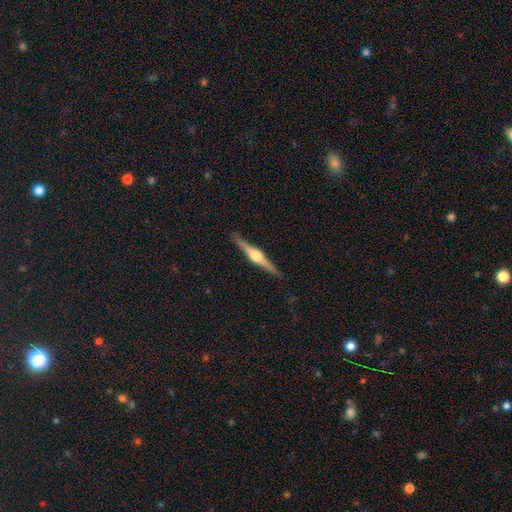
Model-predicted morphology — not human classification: A featured or disk galaxy (82%) viewed edge-on (98%) with a rounded central bulge (93%).

Vote fractions:
- Smooth or featured? featured or disk: 82% / smooth: 13% / star or artifact: 5%
- Edge-on disk? yes: 98% / no: 2%
- Edge-on bulge? rounded: 93% / boxy: 5% / none: 2%
- Merging? none: 91% / minor disturbance: 7% / major disturbance: 1% / merger: 1%